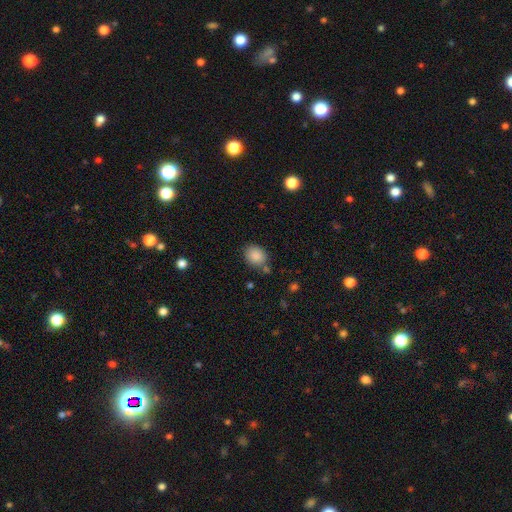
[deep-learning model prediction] smooth 87%, star or artifact 9%, featured or disk 4%. Down the decision tree: how rounded — round (59%); merging — none (72%).